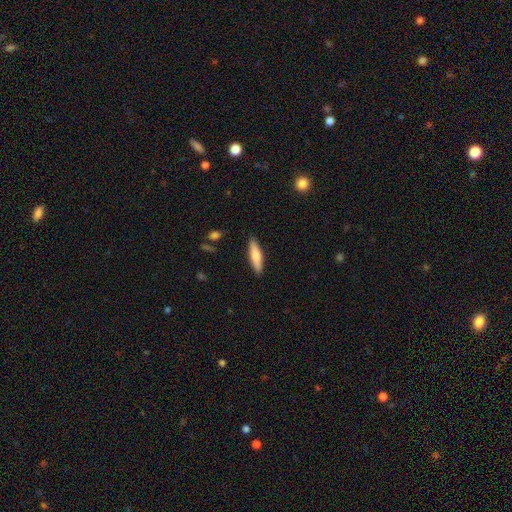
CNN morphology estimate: A smooth galaxy with no disk features (73%) that is cigar-shaped (75%). Merging: none (89%).